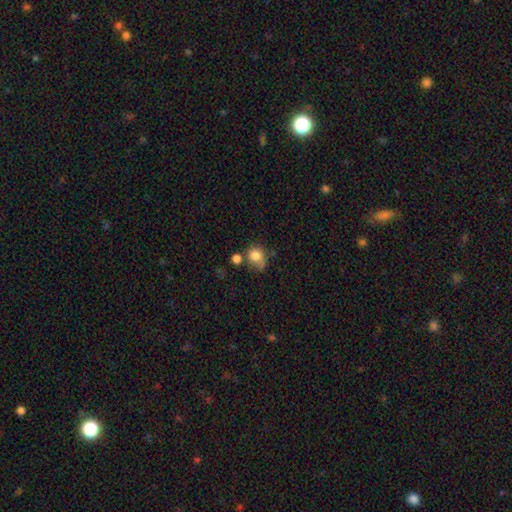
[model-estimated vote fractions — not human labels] smooth-or-featured: smooth: 81% | star or artifact: 10% | featured or disk: 9%
  how-rounded: round: 75% | in between: 24% | cigar-shaped: 1%
  merging: none: 47% | minor disturbance: 23% | merger: 20% | major disturbance: 10%